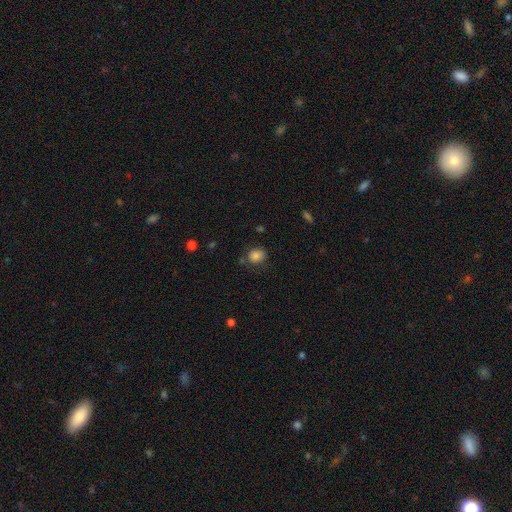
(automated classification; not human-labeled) Smooth or featured?
  - smooth: 82% *
  - star or artifact: 11%
  - featured or disk: 7%
How rounded?
  - round: 61% *
  - in between: 38%
  - cigar-shaped: 1%
Merging?
  - none: 72% *
  - minor disturbance: 18%
  - major disturbance: 6%
  - merger: 4%